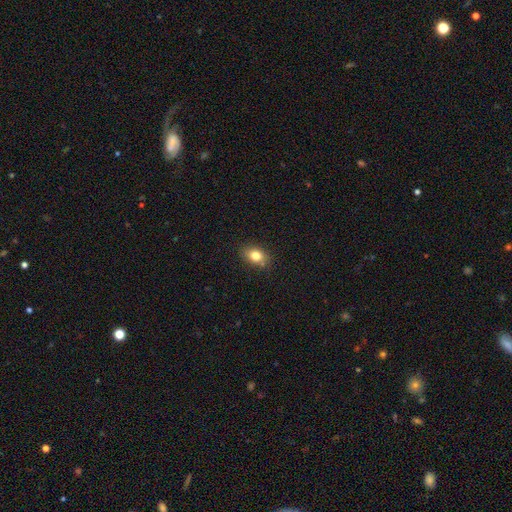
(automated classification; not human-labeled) A smooth galaxy with no disk features (80%) that is in between round and cigar-shaped (70%). Merging: none (83%).